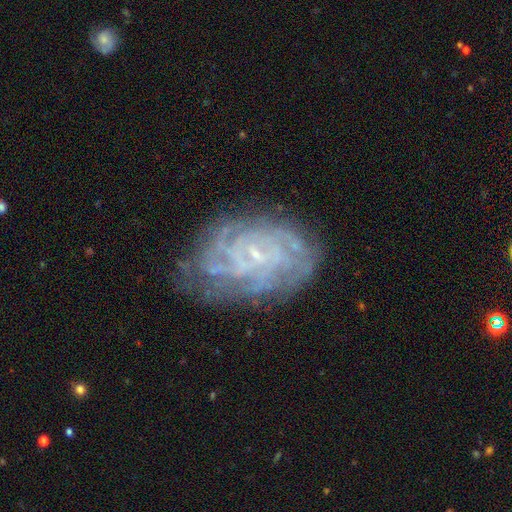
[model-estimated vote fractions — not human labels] Morphology: type=featured or disk (84%); edge-on=no (97%); bar=no (53%); spiral arms=yes (95%); winding=tight (71%); arm count=can't tell (34%); bulge=small (82%); merging=none (73%).